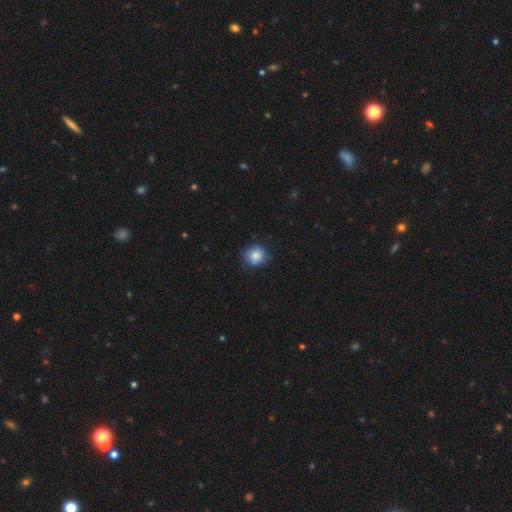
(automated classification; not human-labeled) This is clearly a smooth galaxy (83%). How rounded: clearly round (89%). Merging: likely none (79%).